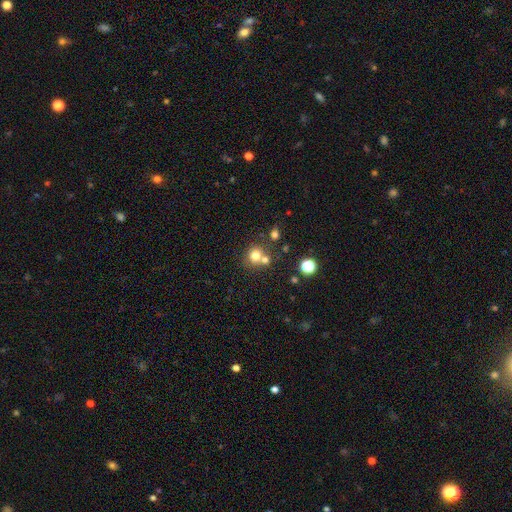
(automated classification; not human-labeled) smooth-or-featured: smooth: 73% | star or artifact: 16% | featured or disk: 11%
  how-rounded: round: 84% | in between: 15% | cigar-shaped: 1%
  merging: none: 54% | merger: 34% | minor disturbance: 8% | major disturbance: 4%